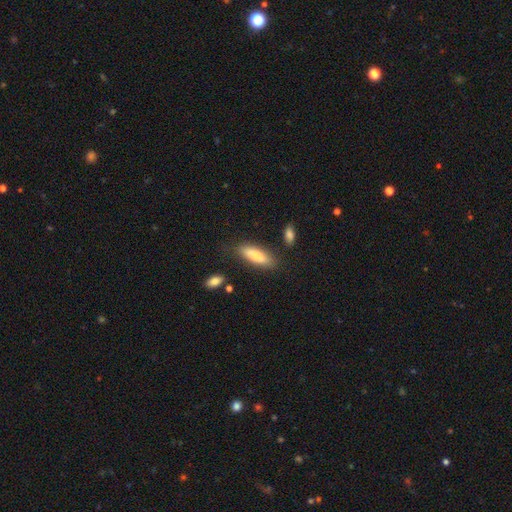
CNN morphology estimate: Smooth or featured: smooth — 80% (featured or disk — 14%)
How rounded: cigar-shaped — 53% (in between — 45%)
Merging: none — 76% (minor disturbance — 15%)